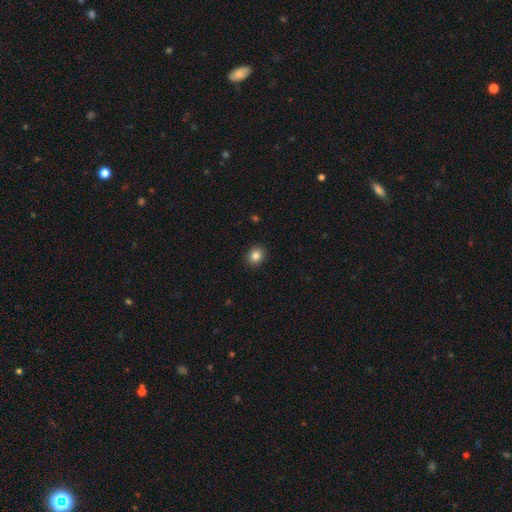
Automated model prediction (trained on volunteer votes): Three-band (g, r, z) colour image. It shows a smooth galaxy with no disk features (84%) that is round (71%). Merging: none (92%).